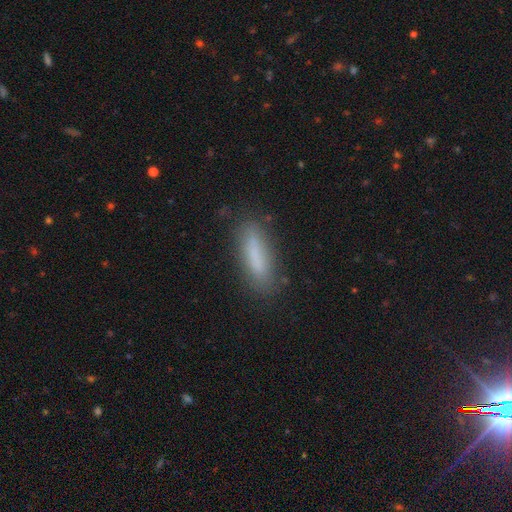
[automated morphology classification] type=smooth (77%); roundness=cigar-shaped (67%); merging=none (80%).